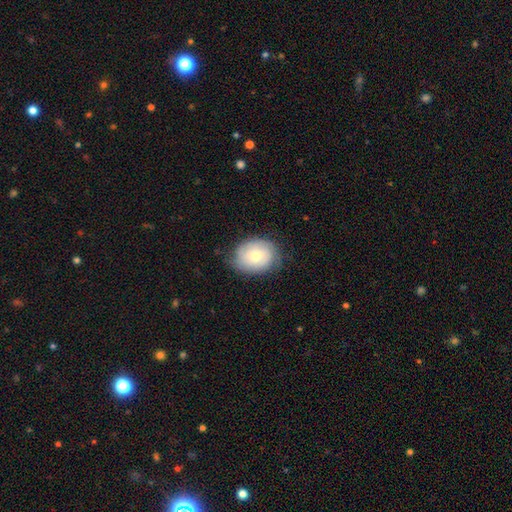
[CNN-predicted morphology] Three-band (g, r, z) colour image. It shows a smooth galaxy with no disk features (58%) that is in between round and cigar-shaped (54%). Merging: none (72%).